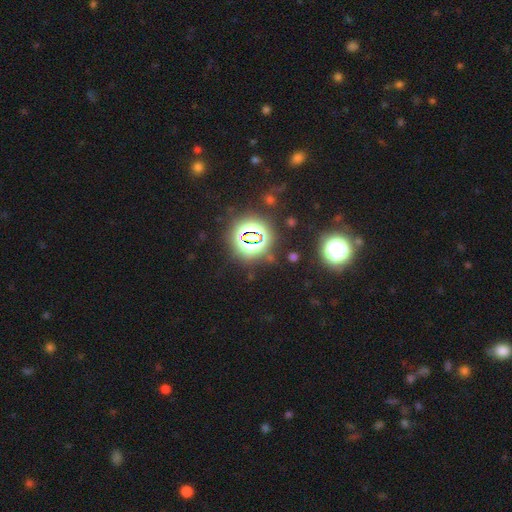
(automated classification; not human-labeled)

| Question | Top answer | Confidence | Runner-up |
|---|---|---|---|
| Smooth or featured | star or artifact | 81% | smooth (13%) |